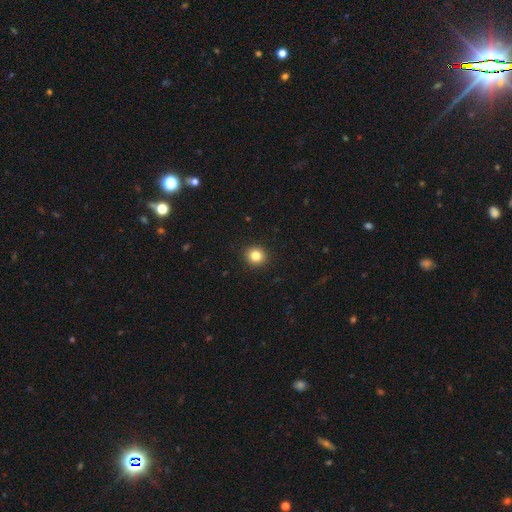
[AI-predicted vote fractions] A smooth galaxy with no disk features (83%) that is round (88%). Merging: none (93%).